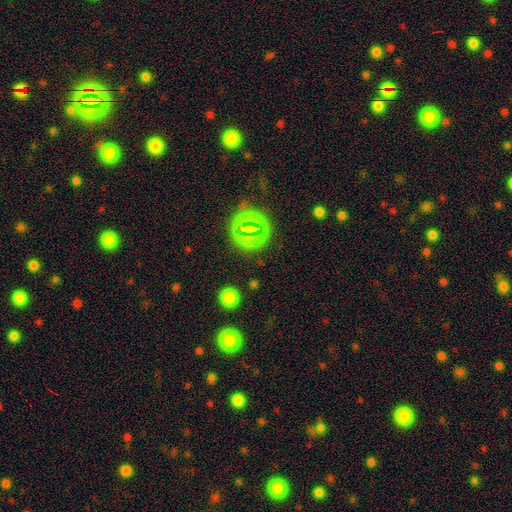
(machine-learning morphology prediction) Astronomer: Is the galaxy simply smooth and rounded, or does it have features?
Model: star or artifact — 65%.